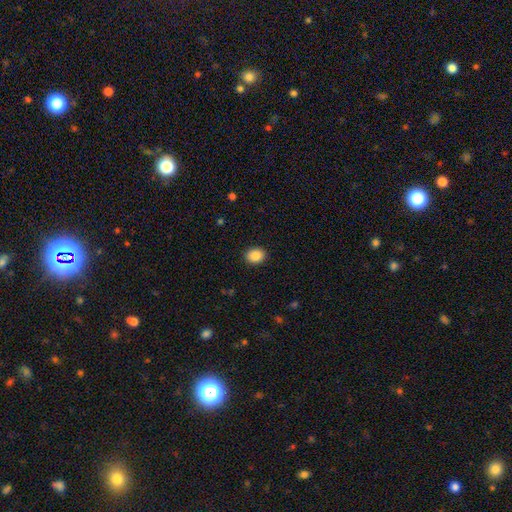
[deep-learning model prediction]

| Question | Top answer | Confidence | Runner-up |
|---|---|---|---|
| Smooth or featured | smooth | 87% | star or artifact (9%) |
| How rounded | round | 53% | in between (46%) |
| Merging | none | 91% | minor disturbance (7%) |